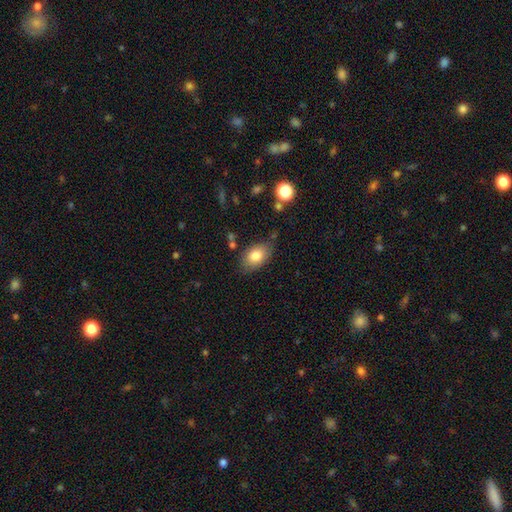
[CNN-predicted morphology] smooth-or-featured: smooth: 80% | featured or disk: 12% | star or artifact: 8%
  how-rounded: in between: 88% | round: 10% | cigar-shaped: 2%
  merging: none: 74% | minor disturbance: 18% | major disturbance: 4% | merger: 4%